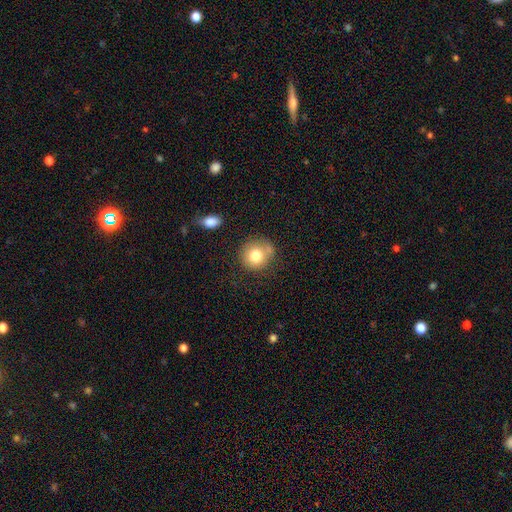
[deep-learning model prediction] smooth-or-featured: smooth: 78% | featured or disk: 12% | star or artifact: 9%
  how-rounded: round: 88% | in between: 11% | cigar-shaped: 1%
  merging: none: 66% | minor disturbance: 19% | merger: 10% | major disturbance: 6%